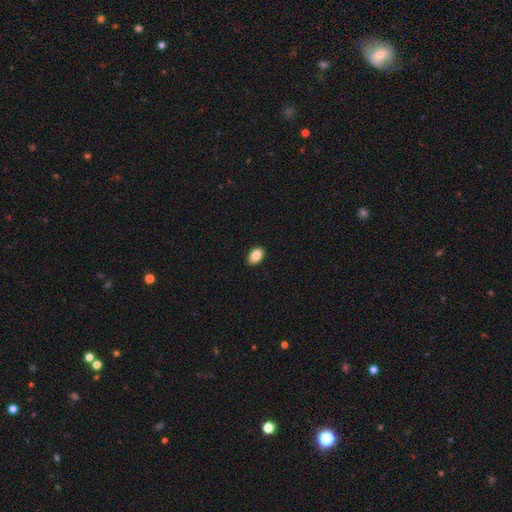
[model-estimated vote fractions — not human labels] Morphology: type=smooth (88%); roundness=in between (90%); merging=none (90%).